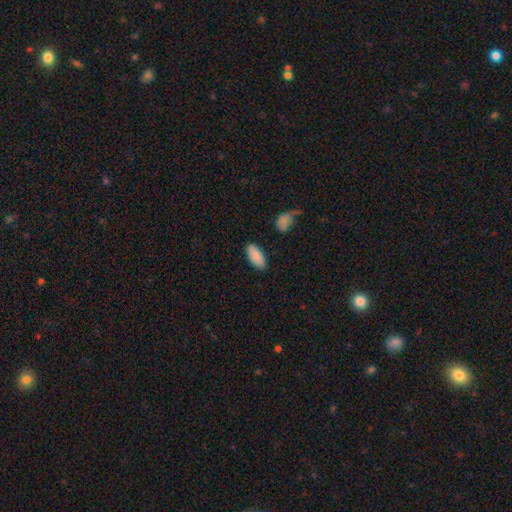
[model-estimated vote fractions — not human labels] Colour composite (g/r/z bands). It shows a smooth galaxy with no disk features (89%) that is in between round and cigar-shaped (90%). Merging: none (85%).